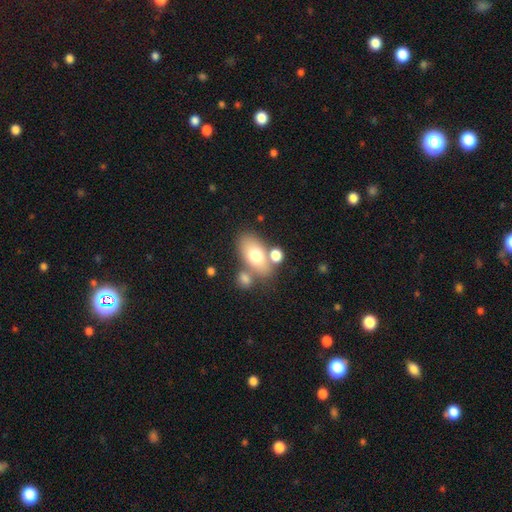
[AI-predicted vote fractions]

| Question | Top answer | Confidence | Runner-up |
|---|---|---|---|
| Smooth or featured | smooth | 68% | featured or disk (23%) |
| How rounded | in between | 86% | round (11%) |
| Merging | none | 58% | merger (22%) |